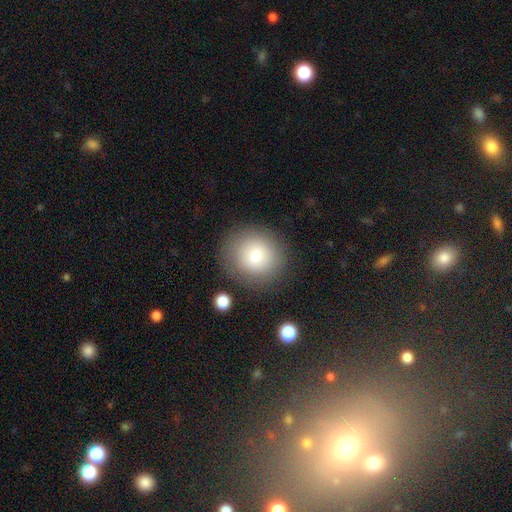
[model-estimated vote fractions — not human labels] Q: Smooth or featured?
A: smooth (80%); runner-up: featured or disk (11%)
Q: How rounded?
A: round (88%); runner-up: in between (11%)
Q: Merging?
A: none (82%); runner-up: minor disturbance (11%)